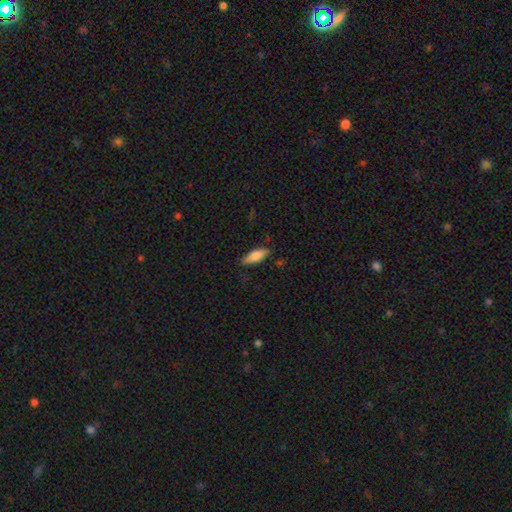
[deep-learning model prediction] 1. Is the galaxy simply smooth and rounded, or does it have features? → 72% smooth, 22% featured or disk, 6% star or artifact.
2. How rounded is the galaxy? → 59% in between, 39% cigar-shaped, 2% round.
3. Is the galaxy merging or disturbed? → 82% none, 14% minor disturbance, 3% major disturbance, 1% merger.